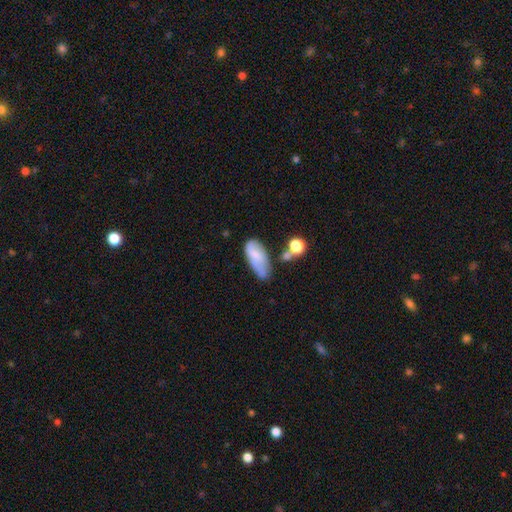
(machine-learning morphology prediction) A smooth galaxy with no disk features (65%) that is in between round and cigar-shaped (85%).

Vote fractions:
- Smooth or featured? smooth: 65% / featured or disk: 26% / star or artifact: 9%
- How rounded? in between: 85% / cigar-shaped: 11% / round: 3%
- Merging? minor disturbance: 35% / none: 32% / major disturbance: 19% / merger: 14%